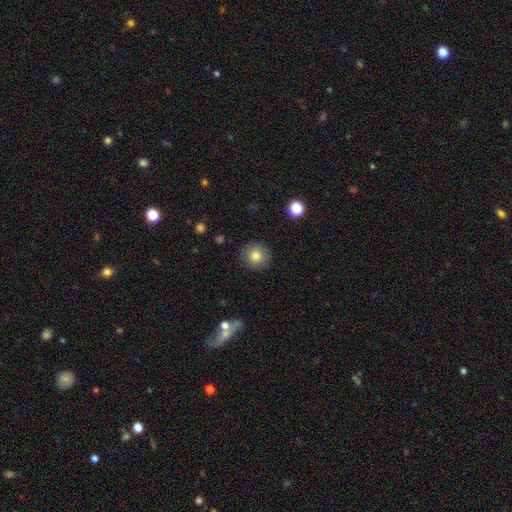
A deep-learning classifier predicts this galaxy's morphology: Smooth or featured: smooth — 83% (star or artifact — 9%)
How rounded: round — 91% (in between — 9%)
Merging: none — 89% (minor disturbance — 8%)